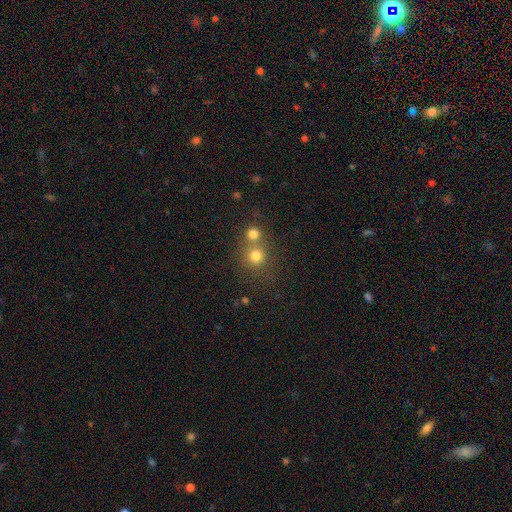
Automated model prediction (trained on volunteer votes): The model was most divided on "merging": none: 57%, merger: 34%, minor disturbance: 6%, major disturbance: 3%. More confident: how rounded — round (90%); smooth or featured — smooth (76%).